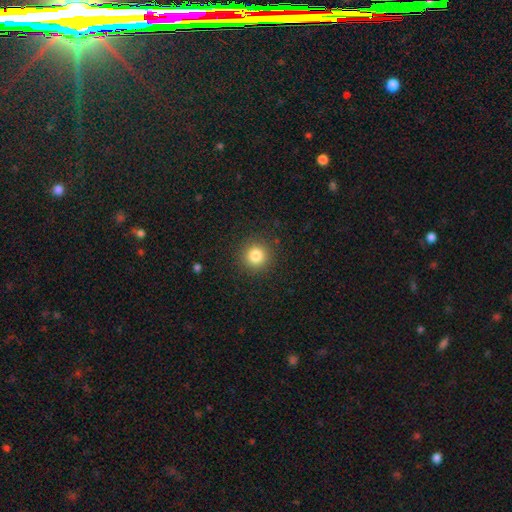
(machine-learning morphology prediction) This is clearly a smooth galaxy (82%). How rounded: clearly round (94%). Merging: clearly none (91%).